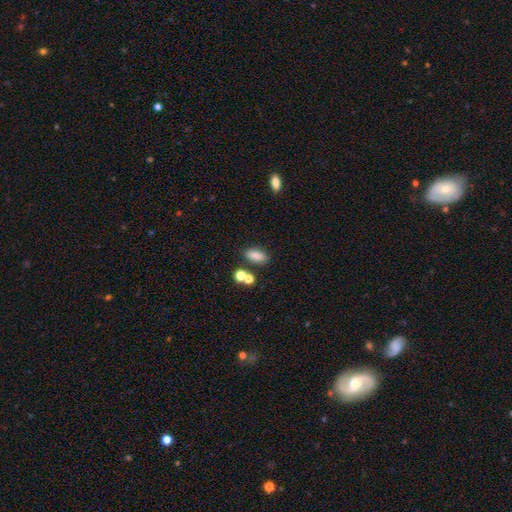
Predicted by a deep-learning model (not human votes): smooth 83%, star or artifact 10%, featured or disk 6%. Down the decision tree: how rounded — in between (80%); merging — none (75%).